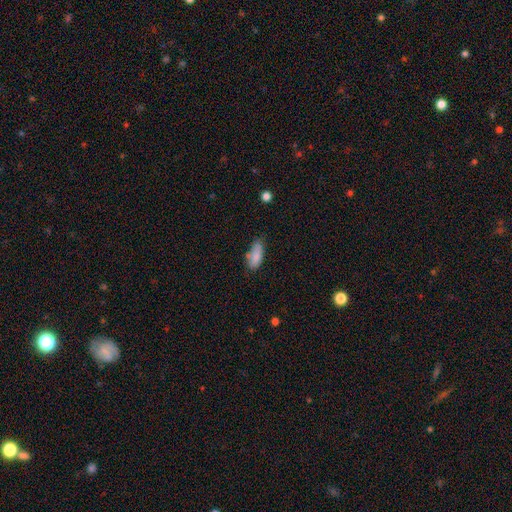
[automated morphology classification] A smooth galaxy with no disk features (83%) that is in between round and cigar-shaped (77%). Merging: none (56%).